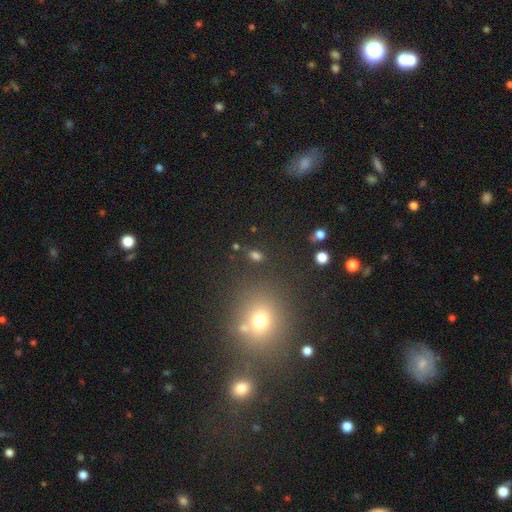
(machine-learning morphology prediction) A smooth galaxy with no disk features (74%) that is in between round and cigar-shaped (75%). Merging: none (80%).